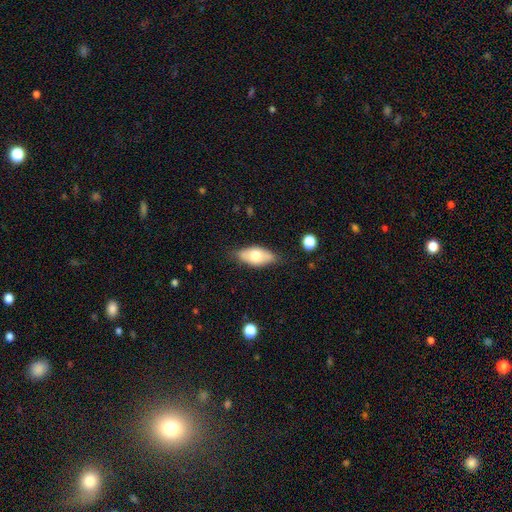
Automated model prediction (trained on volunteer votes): smooth 64%, featured or disk 29%, star or artifact 6%. Down the decision tree: how rounded — in between (86%); merging — none (76%).